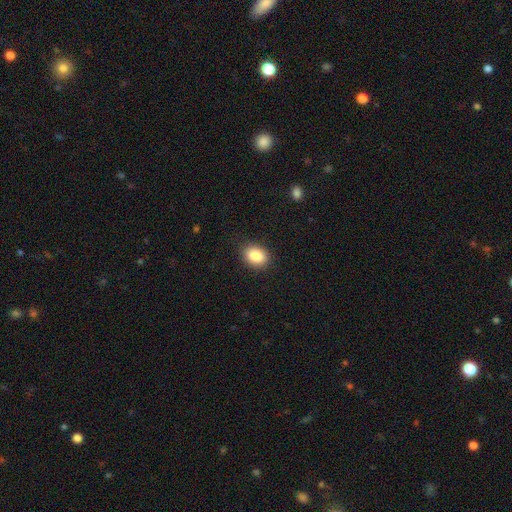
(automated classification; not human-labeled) smooth-or-featured: smooth: 87% | star or artifact: 8% | featured or disk: 5%
  how-rounded: in between: 70% | round: 29% | cigar-shaped: 1%
  merging: none: 87% | minor disturbance: 9% | major disturbance: 2% | merger: 1%